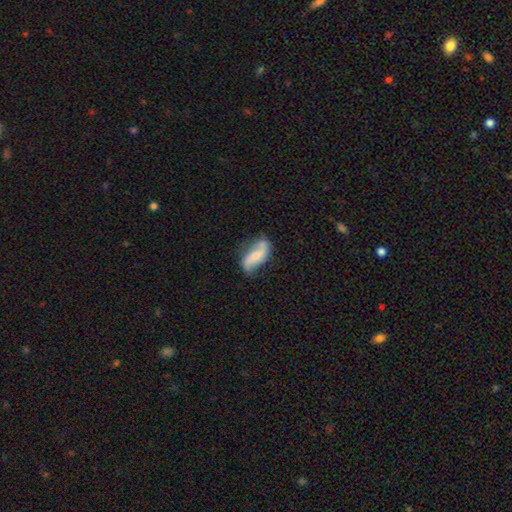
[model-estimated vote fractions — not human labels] Q: Smooth or featured?
A: featured or disk (62%); runner-up: smooth (32%)
Q: Edge-on disk?
A: no (93%); runner-up: yes (7%)
Q: Bar?
A: no (46%); runner-up: weak (33%)
Q: Spiral arms?
A: yes (89%); runner-up: no (11%)
Q: Spiral winding?
A: loose (75%); runner-up: medium (18%)
Q: Spiral arm count?
A: 2 (89%); runner-up: can't tell (5%)
Q: Bulge size?
A: small (48%); runner-up: moderate (31%)
Q: Merging?
A: none (62%); runner-up: minor disturbance (25%)